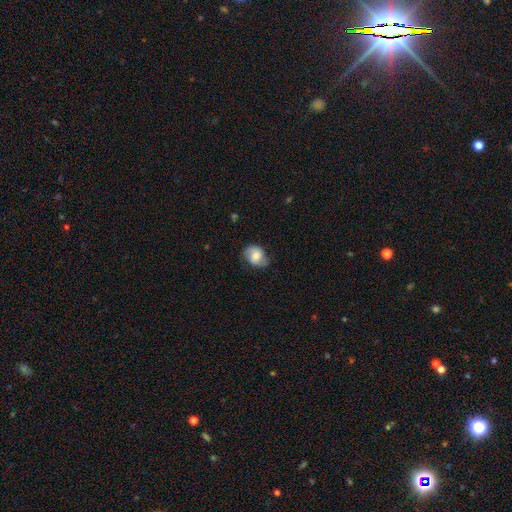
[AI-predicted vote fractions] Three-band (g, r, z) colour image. It shows a smooth galaxy with no disk features (67%) that is in between round and cigar-shaped (61%). Merging: none (63%).